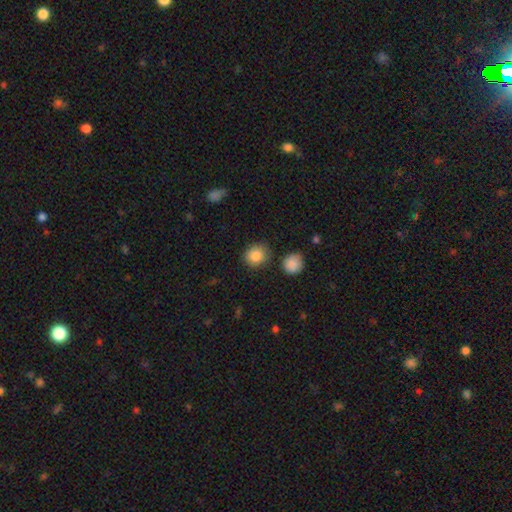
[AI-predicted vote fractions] Smooth or featured: smooth — 86% (star or artifact — 9%)
How rounded: round — 80% (in between — 19%)
Merging: none — 84% (minor disturbance — 9%)